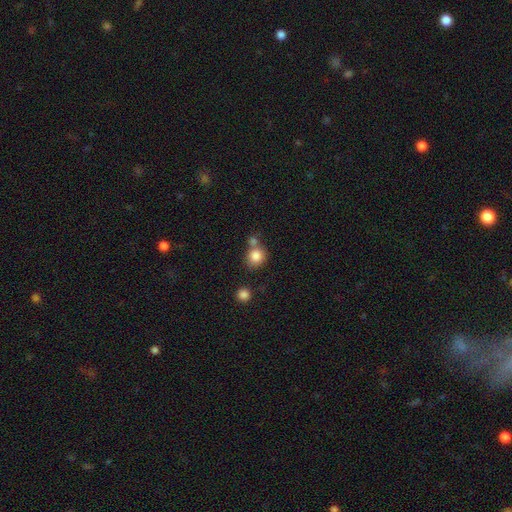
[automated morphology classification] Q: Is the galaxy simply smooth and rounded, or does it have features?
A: smooth — 84%.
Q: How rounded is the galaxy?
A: round — 83%.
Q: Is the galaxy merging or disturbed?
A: none — 57%.